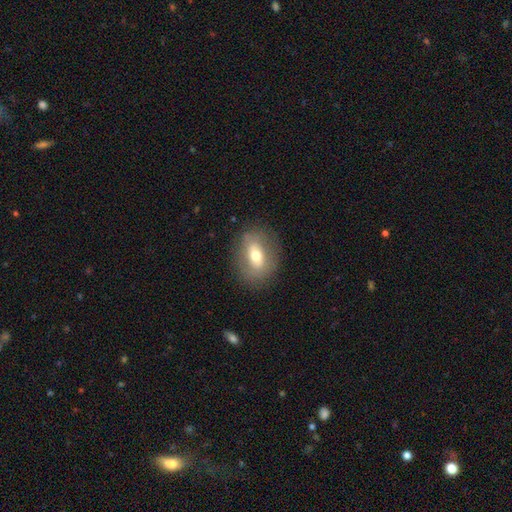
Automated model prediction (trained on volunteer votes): smooth-or-featured: smooth: 57% | featured or disk: 35% | star or artifact: 9%
  how-rounded: in between: 69% | round: 28% | cigar-shaped: 3%
  merging: none: 81% | minor disturbance: 13% | major disturbance: 5% | merger: 1%